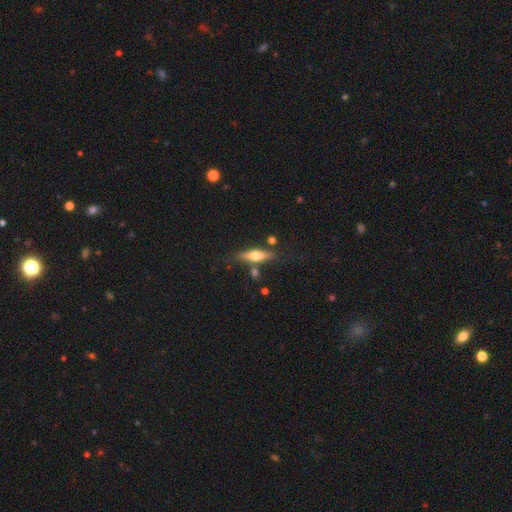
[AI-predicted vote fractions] Smooth or featured? smooth (49%)
Merging? none (72%)